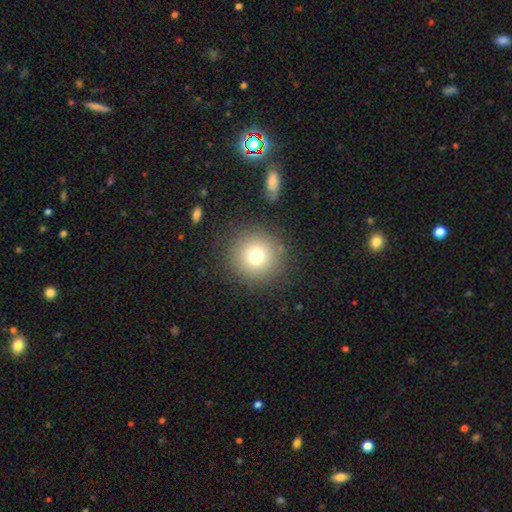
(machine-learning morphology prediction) smooth-or-featured: smooth: 74% | star or artifact: 15% | featured or disk: 12%
  how-rounded: round: 95% | in between: 4% | cigar-shaped: 1%
  merging: none: 88% | minor disturbance: 7% | major disturbance: 4% | merger: 2%